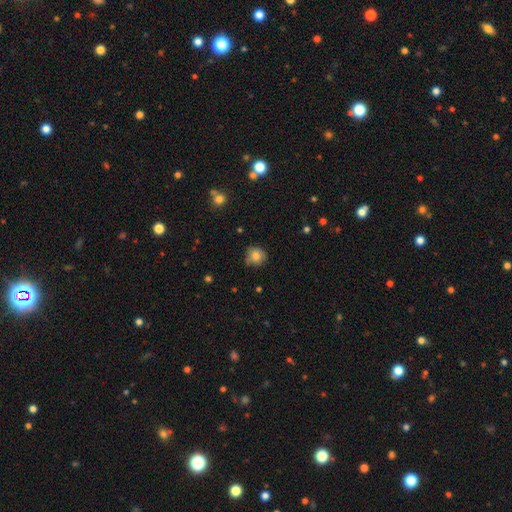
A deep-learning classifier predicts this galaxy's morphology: smooth_or_featured: smooth (p=0.78) [alt: featured or disk p=0.12]
how_rounded: round (p=0.88) [alt: in between p=0.11]
merging: none (p=0.79) [alt: minor disturbance p=0.17]